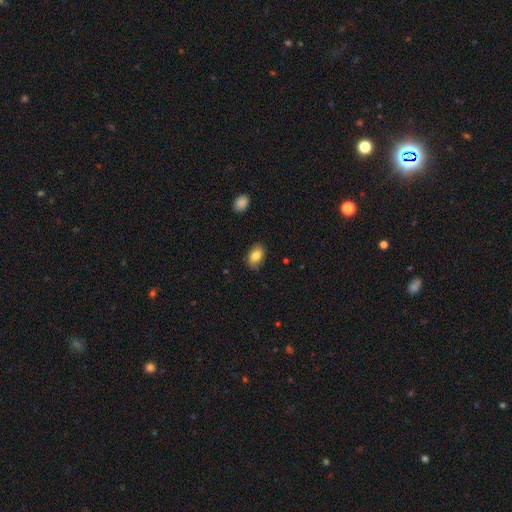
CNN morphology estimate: smooth-or-featured: smooth: 84% | featured or disk: 8% | star or artifact: 8%
  how-rounded: in between: 88% | round: 11% | cigar-shaped: 1%
  merging: none: 84% | minor disturbance: 12% | major disturbance: 2% | merger: 1%